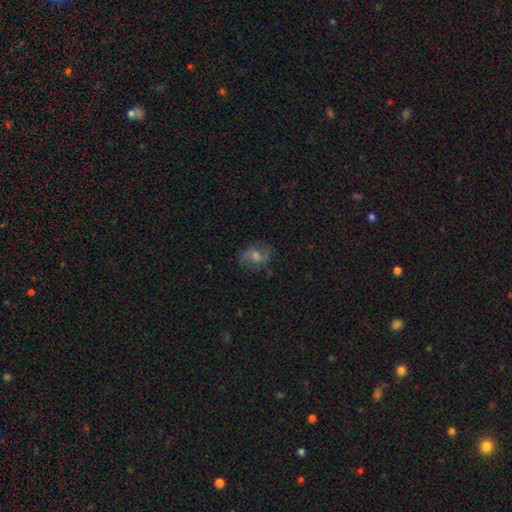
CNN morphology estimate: The model was most divided on "spiral winding": medium: 44%, loose: 41%, tight: 15%. Remaining: edge-on disk — no (96%); spiral arms — yes (89%); spiral arm count — 2 (84%); merging — none (77%); smooth or featured — featured or disk (61%); bulge size — moderate (59%); bar — no (47%).